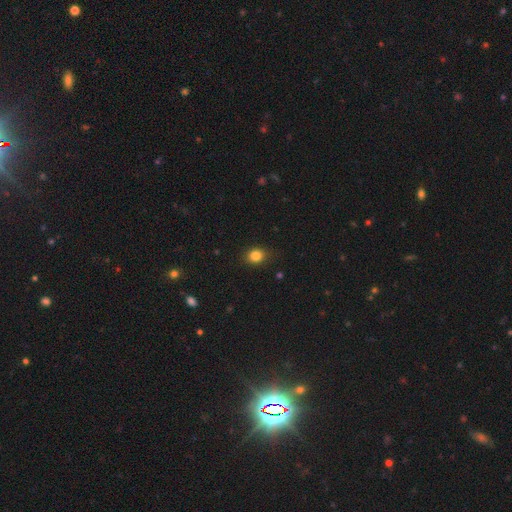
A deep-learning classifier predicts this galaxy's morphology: Smooth or featured? smooth (84%)
How rounded? round (63%)
Merging? none (85%)